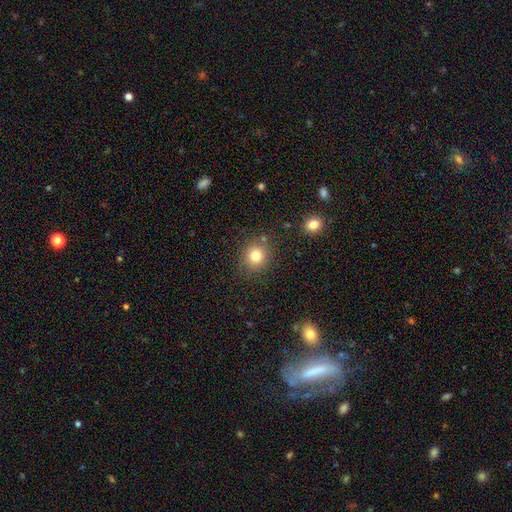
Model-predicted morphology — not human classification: Smooth or featured? smooth (80%)
How rounded? round (85%)
Merging? none (82%)